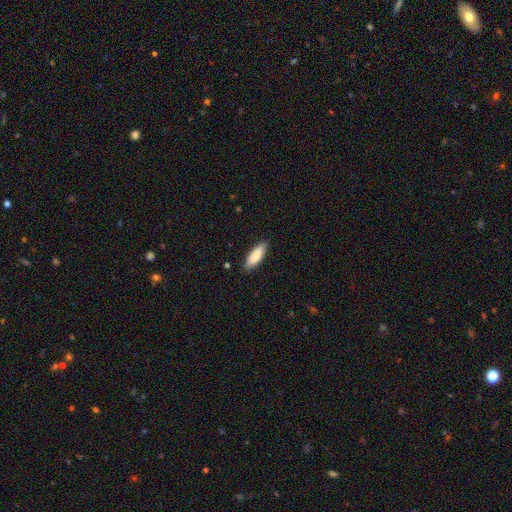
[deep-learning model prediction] smooth 84%, featured or disk 10%, star or artifact 6%. Down the decision tree: how rounded — in between (65%); merging — none (86%).